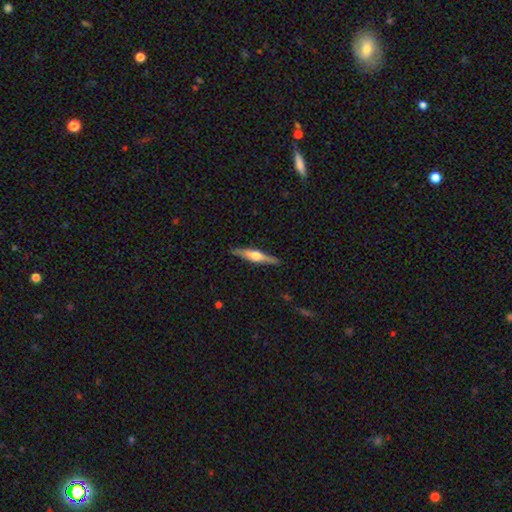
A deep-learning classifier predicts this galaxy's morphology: This appears to be a featured or disk galaxy (67%) viewed edge-on (96%) with a rounded central bulge (90%). Merging: none (89%).